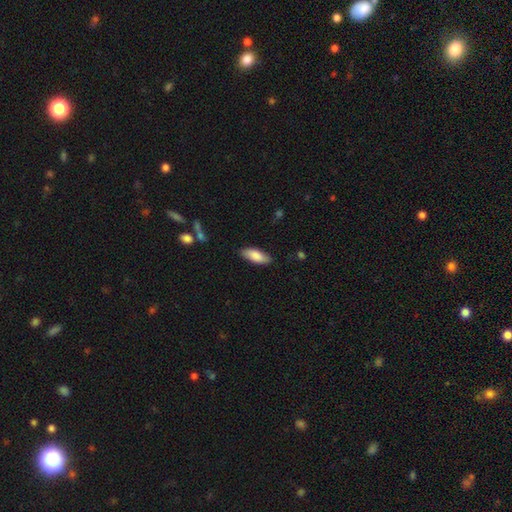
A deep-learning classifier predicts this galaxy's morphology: Overall: smooth (85%). How rounded: in between (75%). Merging: none (86%).